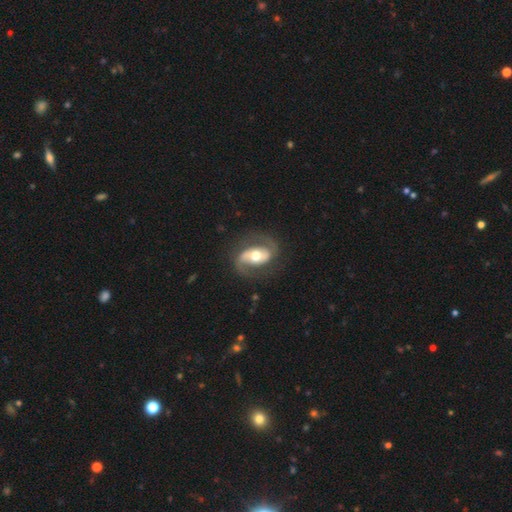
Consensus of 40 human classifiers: Overall: featured or disk (88%). Edge-on disk: no (97%). Bar: no (50%; weak 29%). Spiral arms: yes (97%). Spiral arm count: 2 (94%). Spiral winding: medium (52%; loose 33%). Bulge size: moderate (62%; large 24%). Merging: none (79%).